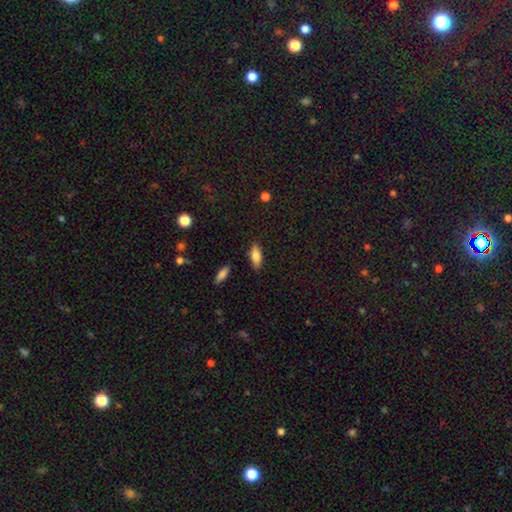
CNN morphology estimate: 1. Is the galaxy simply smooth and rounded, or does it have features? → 81% smooth, 12% featured or disk, 8% star or artifact.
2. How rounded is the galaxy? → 76% in between, 22% cigar-shaped, 2% round.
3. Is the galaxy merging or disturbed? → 84% none, 11% minor disturbance, 3% major disturbance, 2% merger.